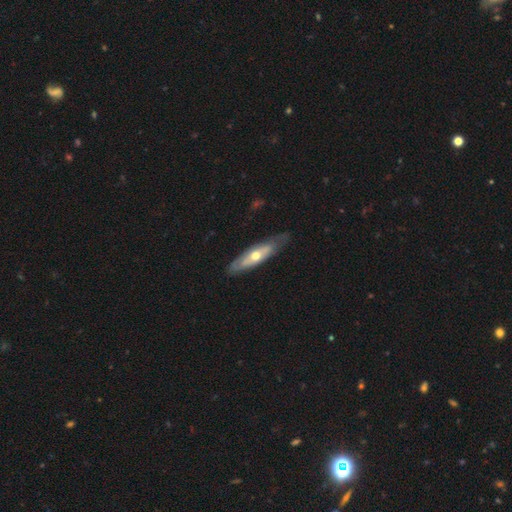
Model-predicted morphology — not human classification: featured or disk 57%, smooth 38%, star or artifact 5%. Down the decision tree: edge-on disk — no (55%); merging — none (74%).